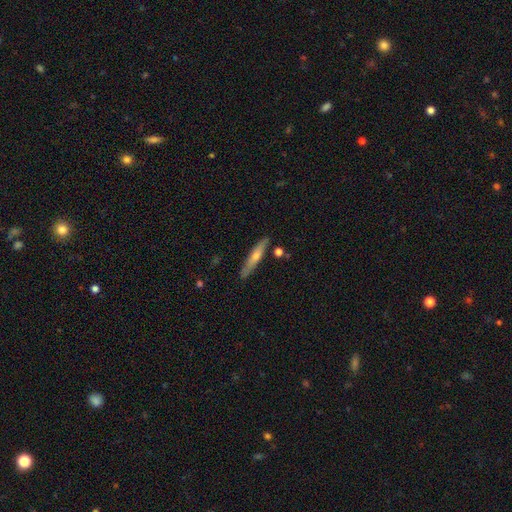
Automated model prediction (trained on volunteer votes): A featured or disk galaxy (47%, tied with smooth).

Vote fractions:
- Smooth or featured? featured or disk: 47% (tied) / smooth: 47% (tied) / star or artifact: 6%
- Merging? none: 85% / minor disturbance: 10% / merger: 3% / major disturbance: 2%